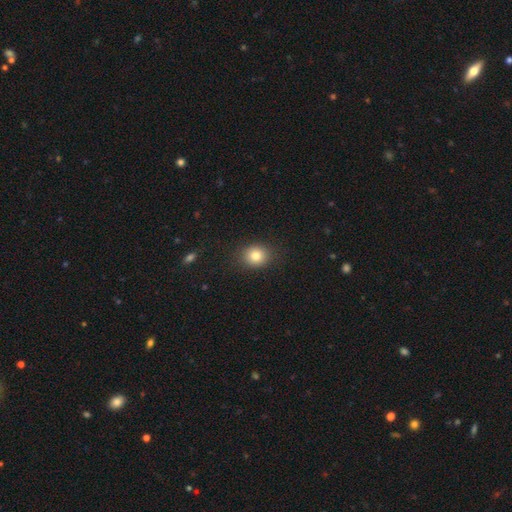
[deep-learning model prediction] A smooth galaxy with no disk features (82%) that is round (72%).

Vote fractions:
- Smooth or featured? smooth: 82% / star or artifact: 11% / featured or disk: 7%
- How rounded? round: 72% / in between: 27% / cigar-shaped: 1%
- Merging? none: 87% / minor disturbance: 9% / major disturbance: 3% / merger: 1%